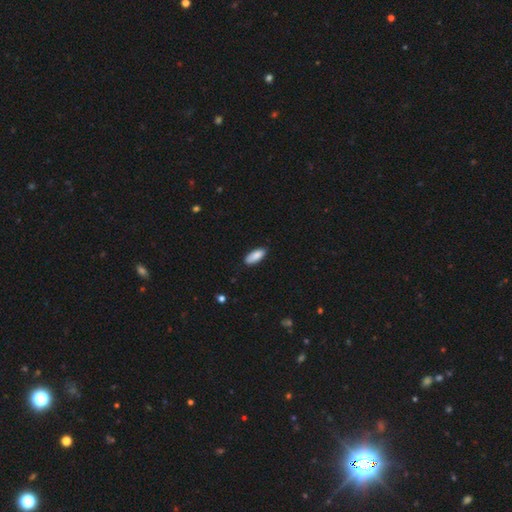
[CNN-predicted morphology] type=smooth (88%); roundness=in between (80%); merging=none (83%).